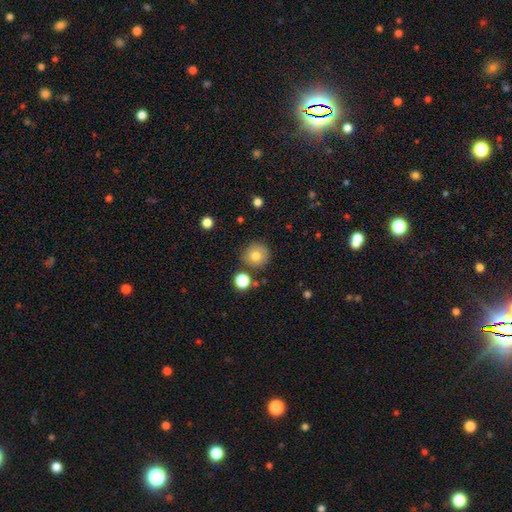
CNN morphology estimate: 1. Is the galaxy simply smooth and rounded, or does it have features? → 77% smooth, 11% featured or disk, 11% star or artifact.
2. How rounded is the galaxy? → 93% round, 6% in between, 1% cigar-shaped.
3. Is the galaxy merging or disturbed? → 83% none, 9% minor disturbance, 5% merger, 3% major disturbance.